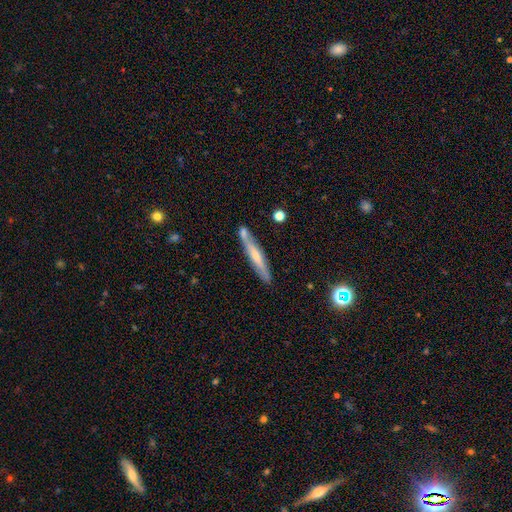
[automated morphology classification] featured or disk 49%, smooth 44%, star or artifact 7%. Down the decision tree: merging — none (74%).